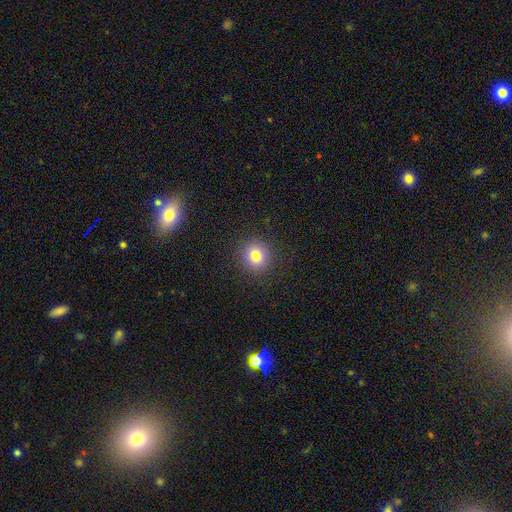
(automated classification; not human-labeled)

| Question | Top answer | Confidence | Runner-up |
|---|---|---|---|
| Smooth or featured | smooth | 80% | star or artifact (12%) |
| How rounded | round | 89% | in between (10%) |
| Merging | none | 91% | minor disturbance (6%) |